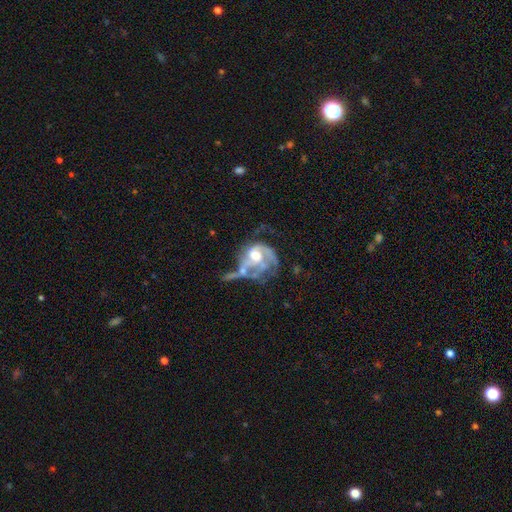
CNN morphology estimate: type=featured or disk (77%); edge-on=no (97%); bar=no (67%); spiral arms=yes (73%); winding=medium (39%); arm count=2 (38%); bulge=moderate (64%); merging=major disturbance (38%).